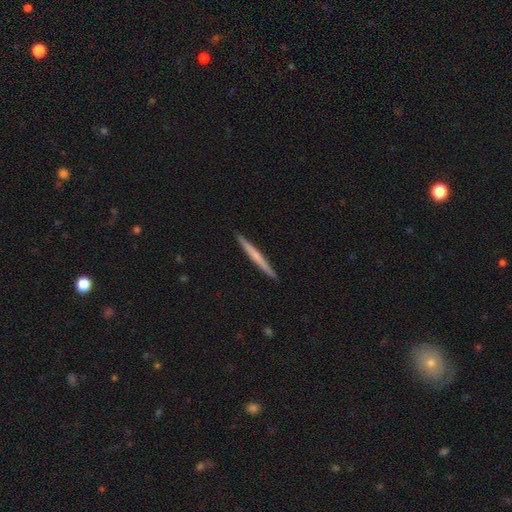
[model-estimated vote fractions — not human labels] smooth_or_featured: smooth (p=0.53) [alt: featured or disk p=0.42]
how_rounded: cigar-shaped (p=0.97) [alt: in between p=0.02]
merging: none (p=0.93) [alt: minor disturbance p=0.05]